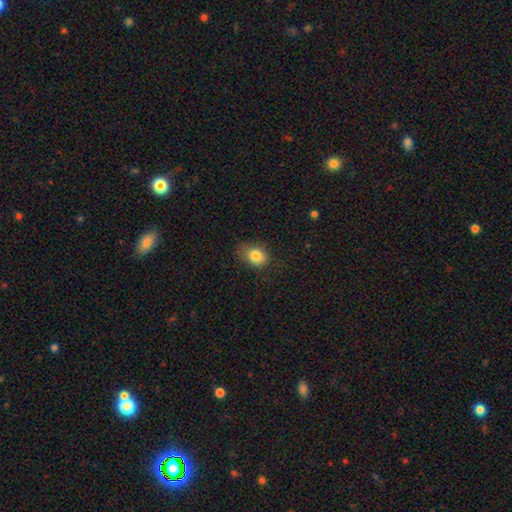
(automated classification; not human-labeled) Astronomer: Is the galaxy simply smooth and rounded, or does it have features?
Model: smooth — 83%.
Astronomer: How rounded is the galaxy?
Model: in between — 68%.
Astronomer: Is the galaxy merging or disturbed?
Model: none — 63%.